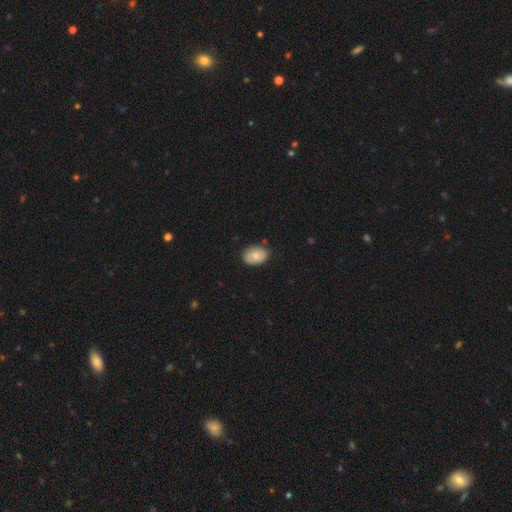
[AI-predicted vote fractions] Q: Smooth or featured?
A: smooth (78%); runner-up: featured or disk (15%)
Q: How rounded?
A: in between (82%); runner-up: round (17%)
Q: Merging?
A: none (83%); runner-up: minor disturbance (14%)